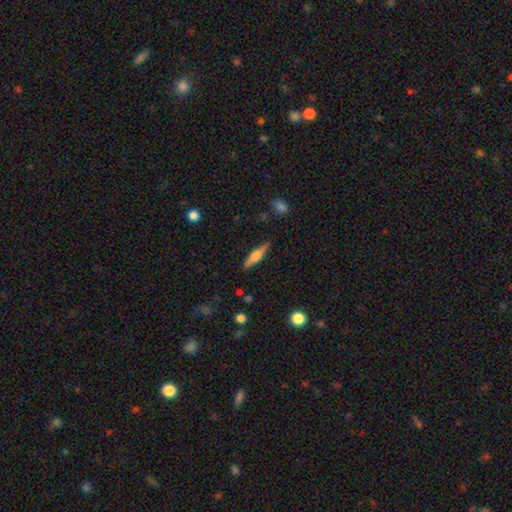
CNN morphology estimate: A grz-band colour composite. It shows a featured or disk galaxy (63%) viewed edge-on (97%) with a rounded central bulge (87%). Merging: none (88%).